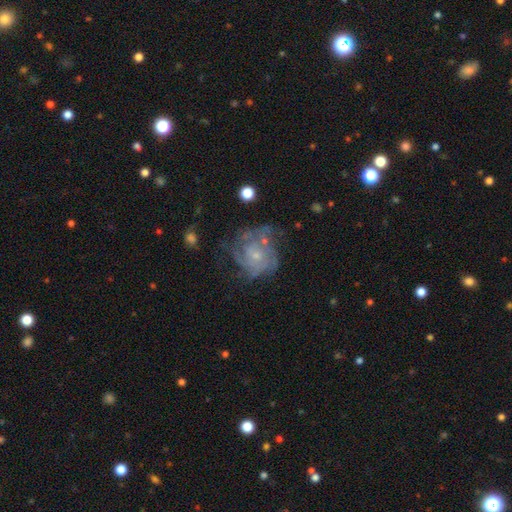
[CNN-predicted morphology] This is likely a featured or disk galaxy (76%). It is clearly not viewed edge-on (98%). Bar: likely no (78%). Spiral arm pattern: clearly yes (84%). Spiral arm count: marginally can't tell (43%). Spiral winding: possibly tight (56%). Central bulge: likely small (72%). Merging: possibly none (47%).